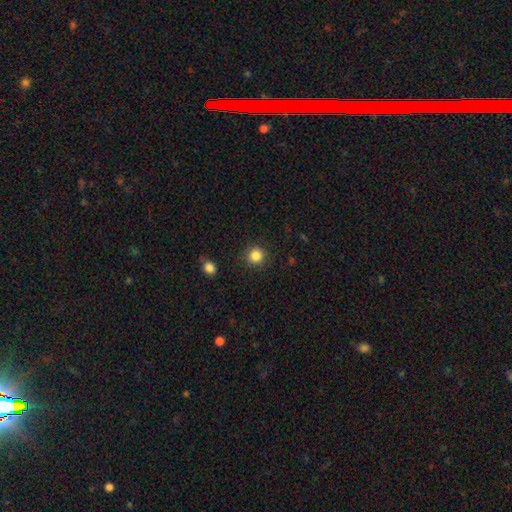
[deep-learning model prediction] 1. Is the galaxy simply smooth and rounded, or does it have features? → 85% smooth, 11% star or artifact, 4% featured or disk.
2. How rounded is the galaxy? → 93% round, 6% in between, 1% cigar-shaped.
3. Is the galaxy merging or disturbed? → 88% none, 8% minor disturbance, 3% major disturbance, 2% merger.